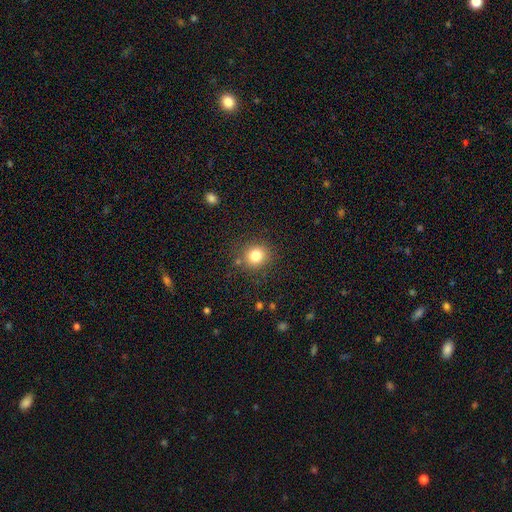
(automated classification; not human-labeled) Overall: smooth (81%). How rounded: round (85%). Merging: none (84%).